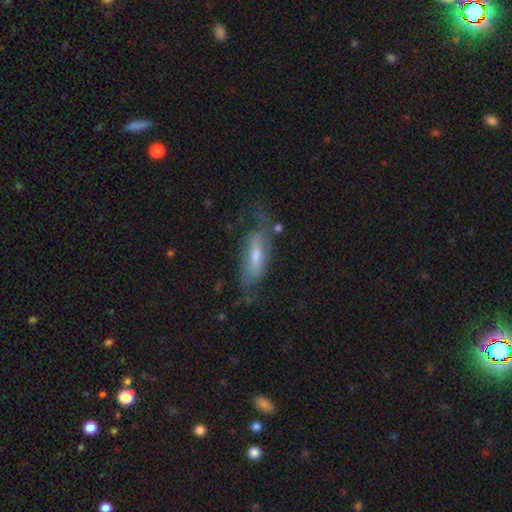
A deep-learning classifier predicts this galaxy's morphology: A featured or disk galaxy (61%). Merging: none (54%).